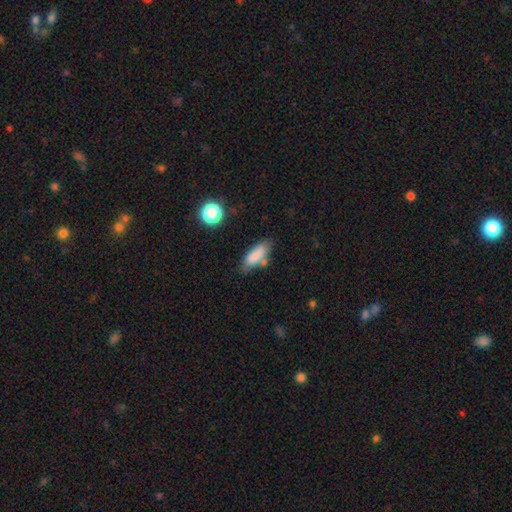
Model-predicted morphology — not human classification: Smooth or featured? Predicted: smooth (p=0.82). How rounded? Predicted: in between (p=0.65). Merging? Predicted: none (p=0.64).